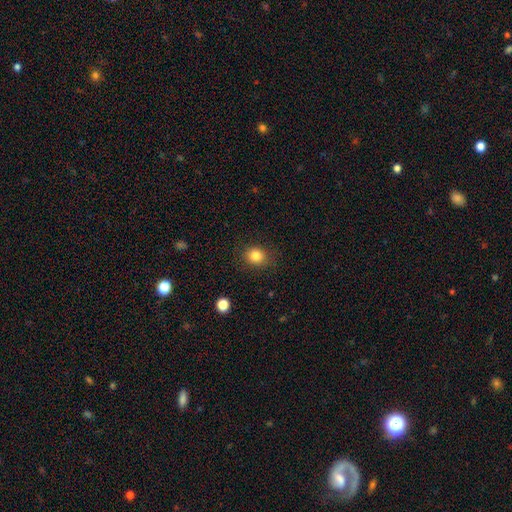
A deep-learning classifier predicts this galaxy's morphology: Smooth or featured?
  - smooth: 83% *
  - star or artifact: 11%
  - featured or disk: 6%
How rounded?
  - round: 68% *
  - in between: 31%
  - cigar-shaped: 1%
Merging?
  - none: 86% *
  - minor disturbance: 10%
  - major disturbance: 3%
  - merger: 1%